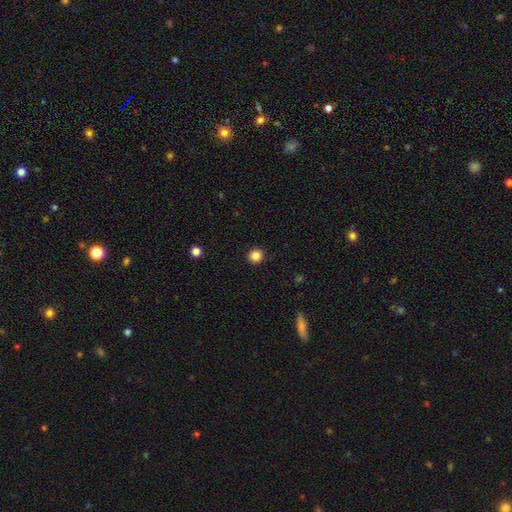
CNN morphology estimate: This appears to be a smooth galaxy with no disk features (85%) that is round (89%). Merging: none (92%).